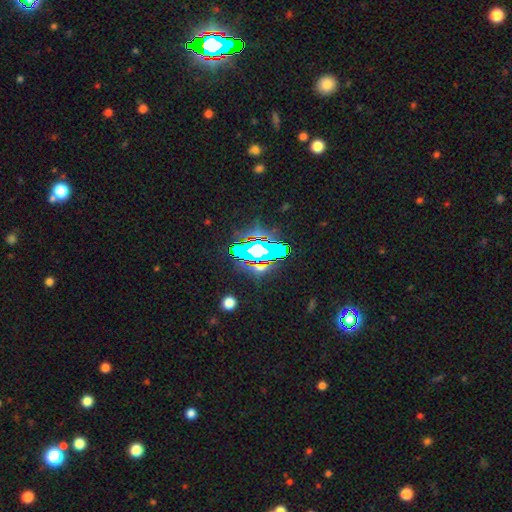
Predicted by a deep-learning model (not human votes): This appears to be a star or artifact, not a galaxy (81%).